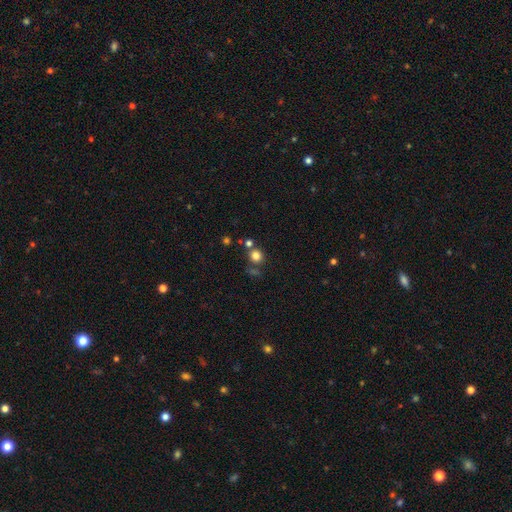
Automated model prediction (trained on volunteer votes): A smooth galaxy with no disk features (78%) that is round (90%). Merging: none (70%).